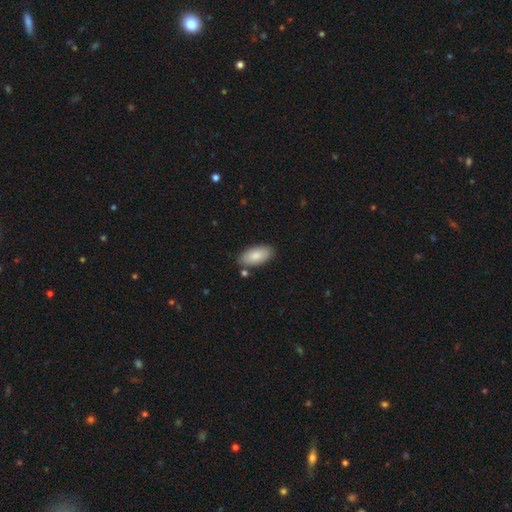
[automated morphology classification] Smooth or featured? Predicted: smooth (p=0.83). How rounded? Predicted: in between (p=0.94). Merging? Predicted: none (p=0.79).